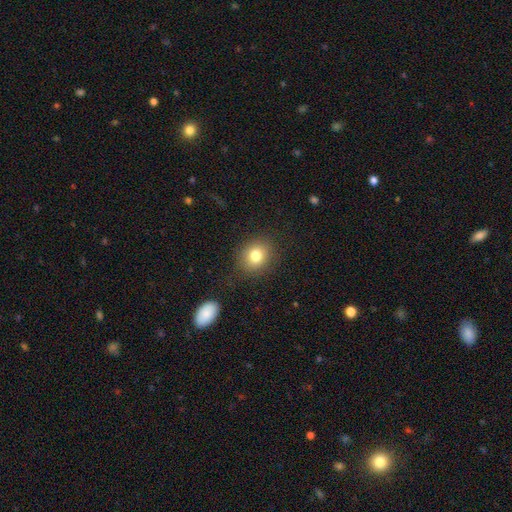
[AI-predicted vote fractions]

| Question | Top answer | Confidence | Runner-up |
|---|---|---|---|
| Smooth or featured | smooth | 80% | star or artifact (11%) |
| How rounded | round | 68% | in between (31%) |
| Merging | none | 83% | minor disturbance (11%) |